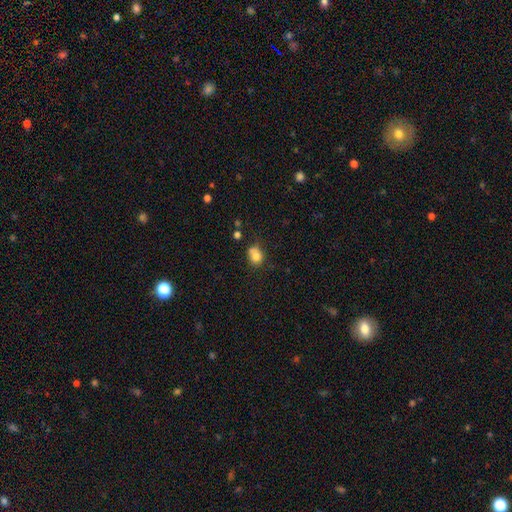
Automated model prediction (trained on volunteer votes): smooth 77%, featured or disk 12%, star or artifact 11%. Down the decision tree: how rounded — round (64%); merging — none (48%).